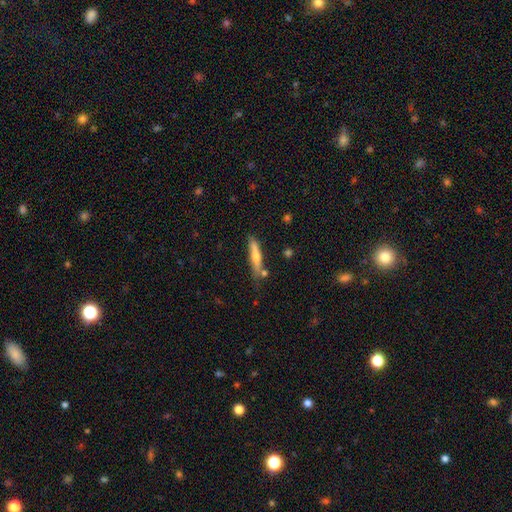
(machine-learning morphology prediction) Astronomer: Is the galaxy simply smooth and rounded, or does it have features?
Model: smooth — 59% (runner-up: featured or disk, 35%).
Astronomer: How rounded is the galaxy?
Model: cigar-shaped — 89%.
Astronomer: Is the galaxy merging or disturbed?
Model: none — 73%.